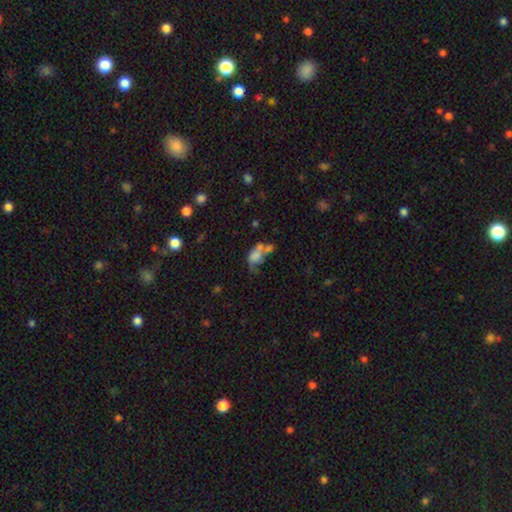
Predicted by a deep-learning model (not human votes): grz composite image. It shows a smooth galaxy with no disk features (58%) that is in between round and cigar-shaped (83%). Merging: merger (37%).